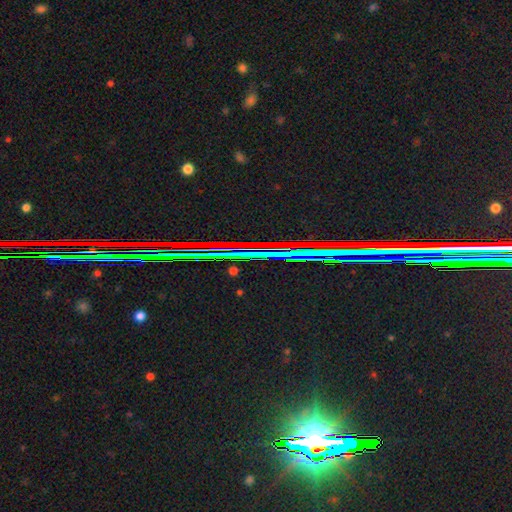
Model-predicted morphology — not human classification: Smooth or featured? Predicted: star or artifact (p=0.84).